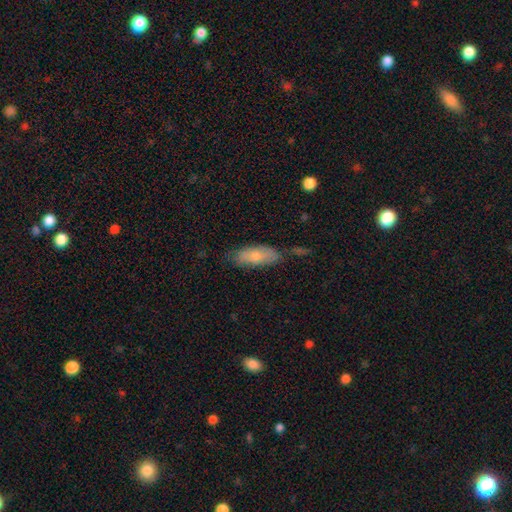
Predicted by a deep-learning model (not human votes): This appears to be a smooth galaxy with no disk features (72%) that is in between round and cigar-shaped (75%). Merging: none (67%).